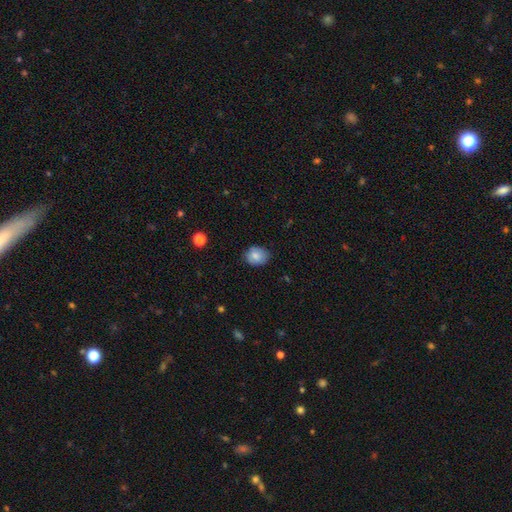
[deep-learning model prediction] Smooth or featured? Predicted: smooth (p=0.81). How rounded? Predicted: round (p=0.51). Merging? Predicted: none (p=0.77).